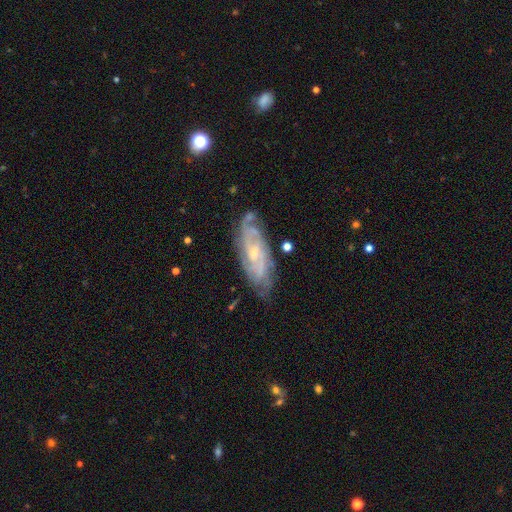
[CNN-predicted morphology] Smooth or featured?
  - featured or disk: 78% *
  - smooth: 14%
  - star or artifact: 8%
Edge-on disk?
  - no: 86% *
  - yes: 14%
Bar?
  - no: 65% *
  - weak: 29%
  - strong: 7%
Spiral arms?
  - yes: 93% *
  - no: 7%
Spiral winding?
  - tight: 63% *
  - medium: 29%
  - loose: 8%
Spiral arm count?
  - can't tell: 41% *
  - 2: 25%
  - 3: 15%
  - 4: 9%
  - more than 4: 5%
  - 1: 5%
Bulge size?
  - small: 63% *
  - moderate: 32%
  - none: 3%
  - large: 1%
  - dominant: 1%
Merging?
  - none: 79% *
  - minor disturbance: 16%
  - major disturbance: 4%
  - merger: 2%